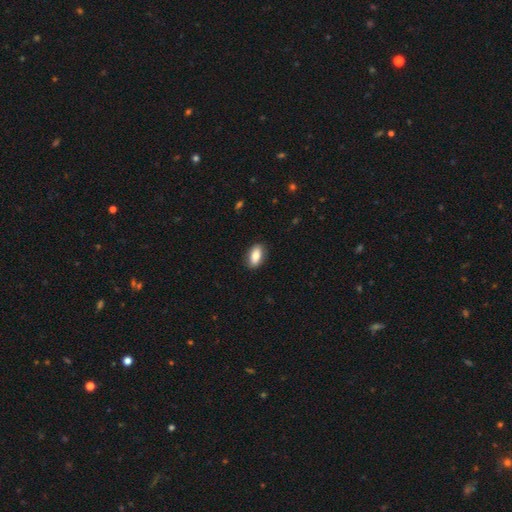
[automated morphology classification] The model was most divided on "smooth or featured": smooth: 83%, featured or disk: 10%, star or artifact: 7%. More confident: how rounded — in between (91%); merging — none (87%).